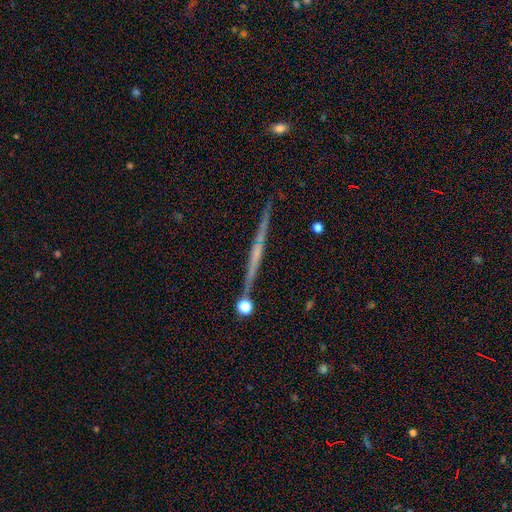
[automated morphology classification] Smooth or featured? featured or disk (66%)
Edge-on disk? yes (97%)
Edge-on bulge? none (68%)
Merging? none (85%)